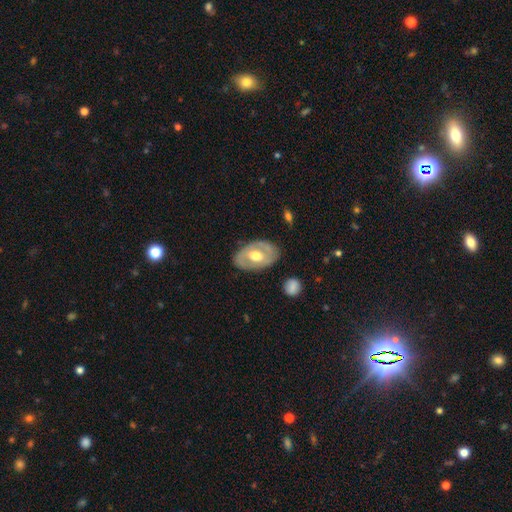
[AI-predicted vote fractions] A featured or disk galaxy (61%) with no bar (58%), no spiral arms (63%) and a moderate central bulge (72%). Merging: none (80%).